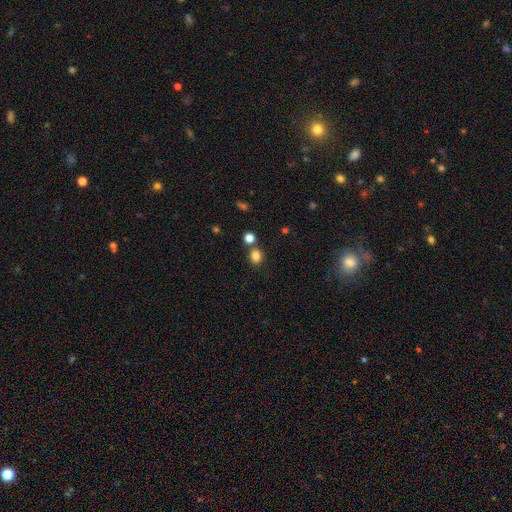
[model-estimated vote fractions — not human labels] Smooth or featured? smooth (83%)
How rounded? round (63%)
Merging? none (72%)